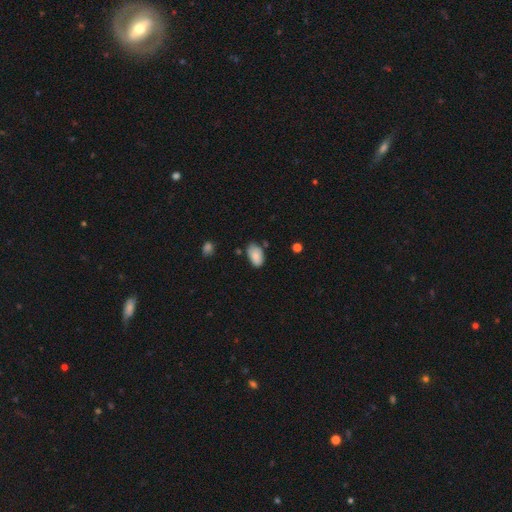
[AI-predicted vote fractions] The model was most divided on "merging": none: 66%, minor disturbance: 25%, merger: 5%, major disturbance: 4%. More confident: how rounded — in between (93%); smooth or featured — smooth (83%).